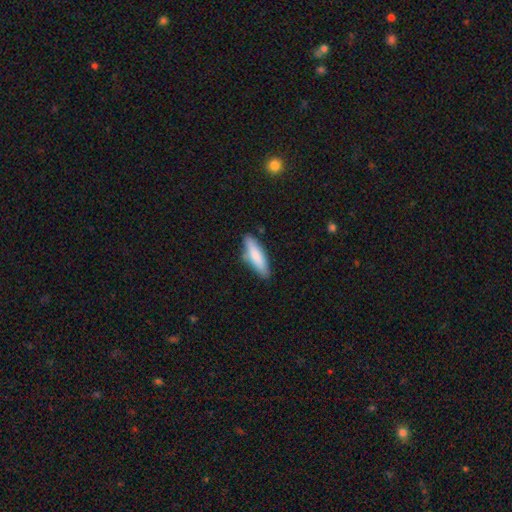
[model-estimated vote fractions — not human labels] Smooth or featured? smooth (80%)
How rounded? cigar-shaped (61%)
Merging? none (79%)